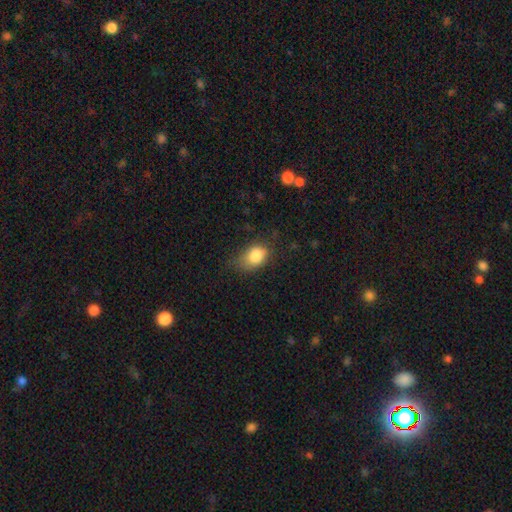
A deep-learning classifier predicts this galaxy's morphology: Smooth or featured? smooth (85%)
How rounded? in between (78%)
Merging? none (56%)